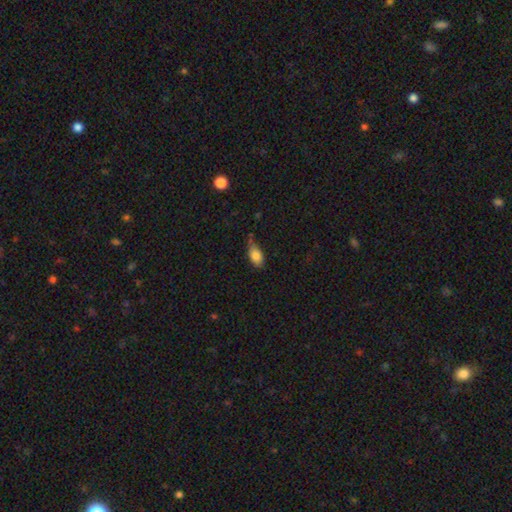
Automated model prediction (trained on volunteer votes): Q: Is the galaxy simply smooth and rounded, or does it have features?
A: smooth — 83%.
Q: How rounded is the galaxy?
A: in between — 89%.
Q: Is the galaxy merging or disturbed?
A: none — 46%.